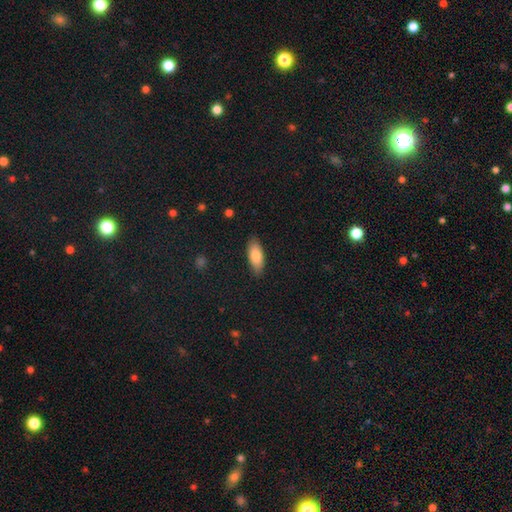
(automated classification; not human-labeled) A smooth galaxy with no disk features (81%) that is in between round and cigar-shaped (81%).

Vote fractions:
- Smooth or featured? smooth: 81% / featured or disk: 13% / star or artifact: 6%
- How rounded? in between: 81% / cigar-shaped: 16% / round: 2%
- Merging? none: 85% / minor disturbance: 11% / major disturbance: 2% / merger: 1%